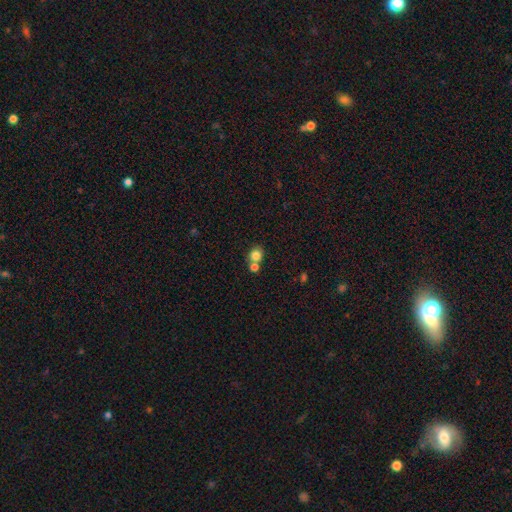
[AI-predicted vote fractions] Smooth or featured: smooth — 82% (star or artifact — 11%)
How rounded: round — 82% (in between — 17%)
Merging: none — 53% (merger — 36%)